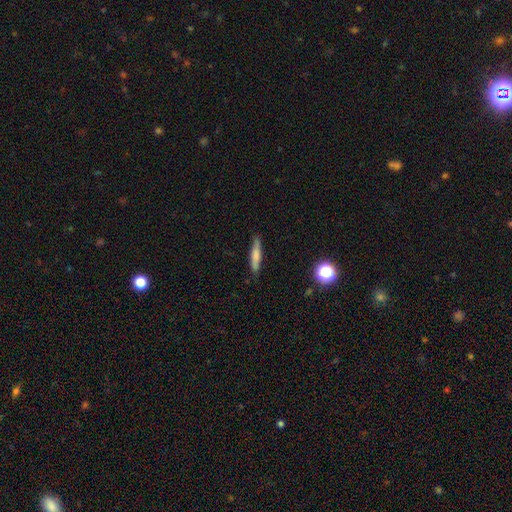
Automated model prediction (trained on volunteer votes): smooth-or-featured: smooth: 68% | featured or disk: 25% | star or artifact: 7%
  how-rounded: cigar-shaped: 85% | in between: 13% | round: 2%
  merging: none: 82% | minor disturbance: 14% | major disturbance: 3% | merger: 2%